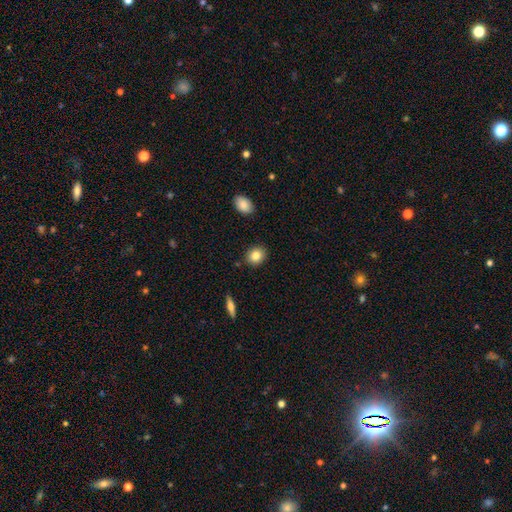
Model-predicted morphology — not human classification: smooth 84%, star or artifact 9%, featured or disk 8%. Down the decision tree: how rounded — round (69%); merging — none (89%).